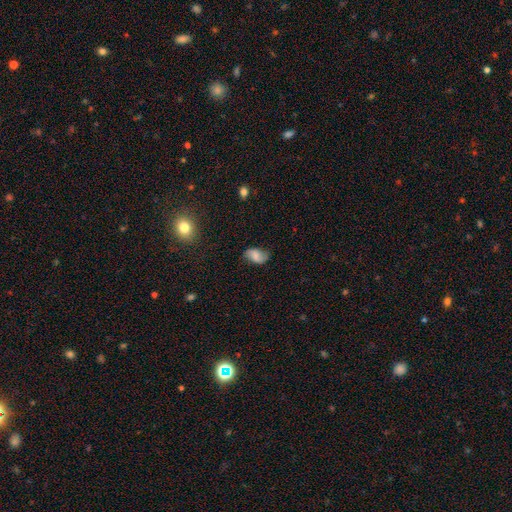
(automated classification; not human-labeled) Morphology: type=smooth (59%); roundness=in between (89%); merging=none (68%).